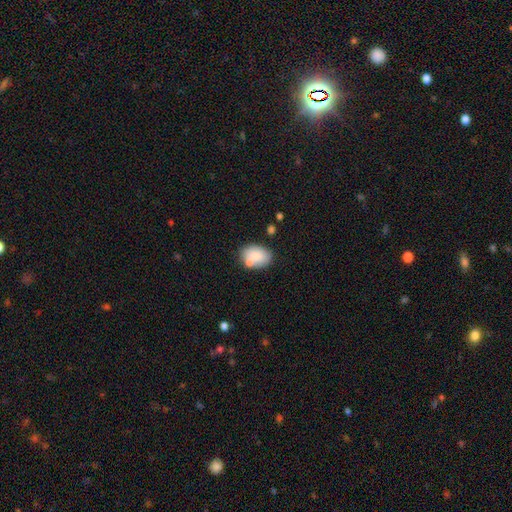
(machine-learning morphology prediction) Smooth or featured: smooth — 79% (featured or disk — 13%)
How rounded: in between — 80% (round — 19%)
Merging: none — 63% (merger — 17%)